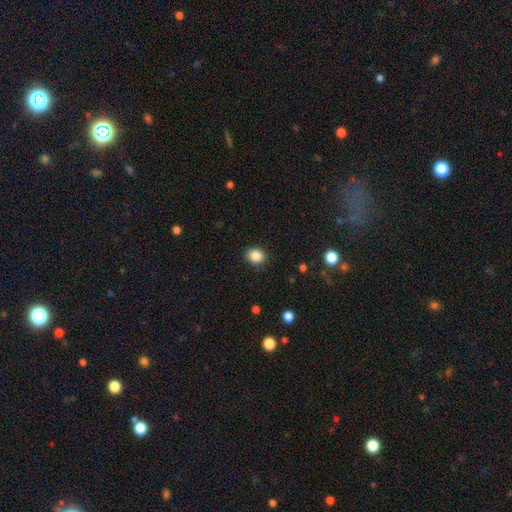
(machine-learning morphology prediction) type=smooth (87%); roundness=round (66%); merging=none (89%).